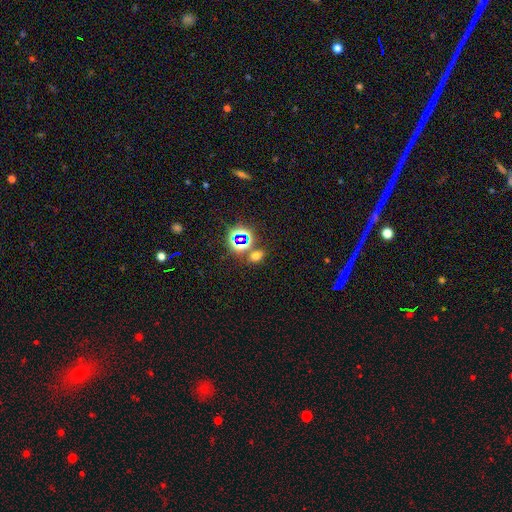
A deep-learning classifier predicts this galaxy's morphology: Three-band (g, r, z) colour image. It shows a smooth galaxy with no disk features (54%) that is in between round and cigar-shaped (61%). Merging: none (68%).